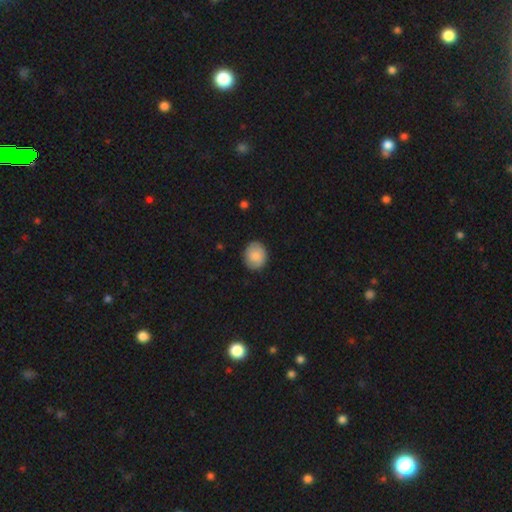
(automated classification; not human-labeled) smooth-or-featured: smooth: 83% | featured or disk: 10% | star or artifact: 7%
  how-rounded: round: 69% | in between: 30% | cigar-shaped: 1%
  merging: none: 87% | minor disturbance: 10% | major disturbance: 2% | merger: 1%